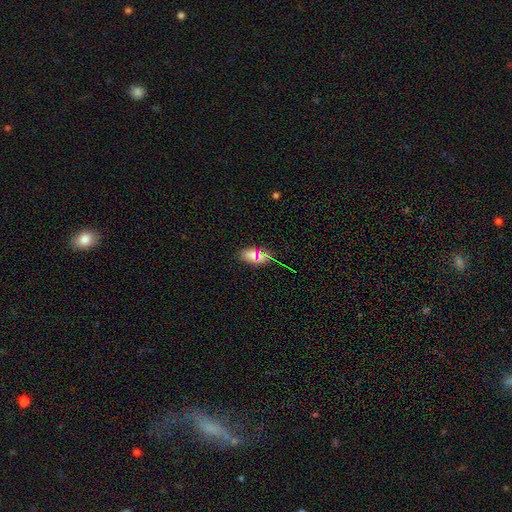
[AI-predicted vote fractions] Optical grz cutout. It shows a smooth galaxy with no disk features (69%) that is in between round and cigar-shaped (91%). Merging: none (82%).